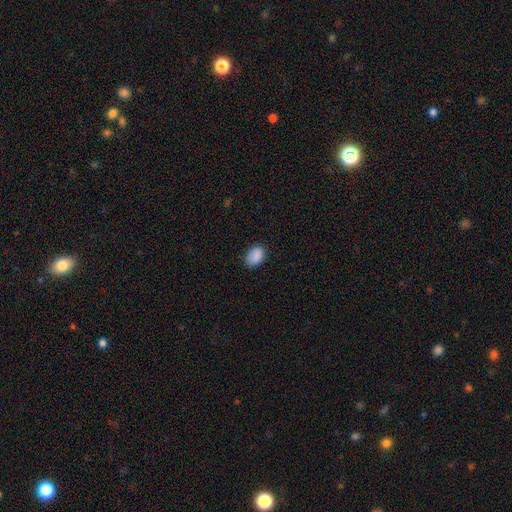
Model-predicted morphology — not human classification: A smooth galaxy with no disk features (88%) that is in between round and cigar-shaped (79%).

Vote fractions:
- Smooth or featured? smooth: 88% / star or artifact: 8% / featured or disk: 4%
- How rounded? in between: 79% / round: 20% / cigar-shaped: 1%
- Merging? none: 79% / minor disturbance: 16% / major disturbance: 3% / merger: 1%